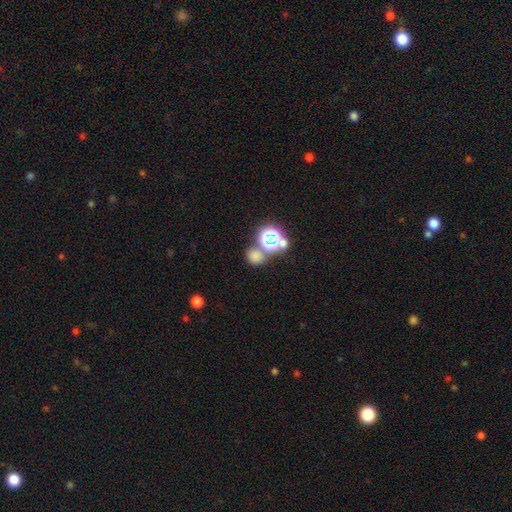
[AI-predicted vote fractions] Morphology: type=smooth (63%); roundness=round (75%); merging=none (59%).